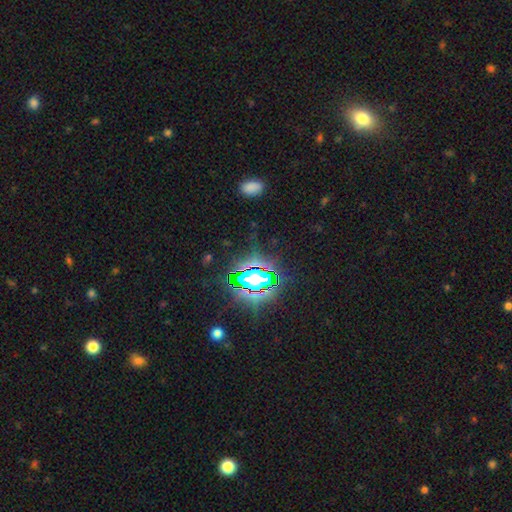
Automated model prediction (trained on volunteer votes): This appears to be a star or artifact, not a galaxy (73%).